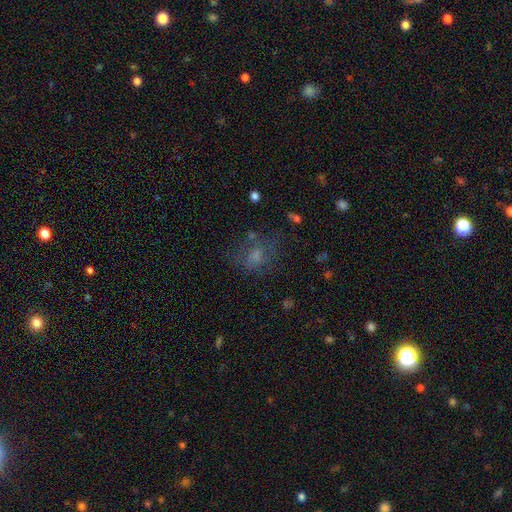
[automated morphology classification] smooth-or-featured: smooth: 58% | featured or disk: 23% | star or artifact: 19%
  how-rounded: round: 51% | in between: 48% | cigar-shaped: 2%
  merging: none: 55% | minor disturbance: 20% | major disturbance: 20% | merger: 5%